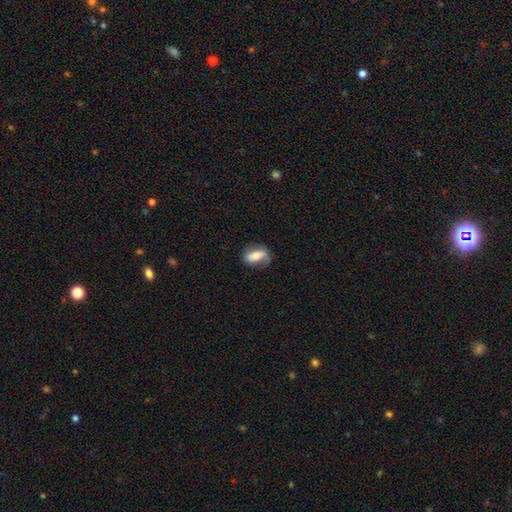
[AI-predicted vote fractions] Morphology: type=smooth (58%); roundness=in between (82%); merging=none (66%).